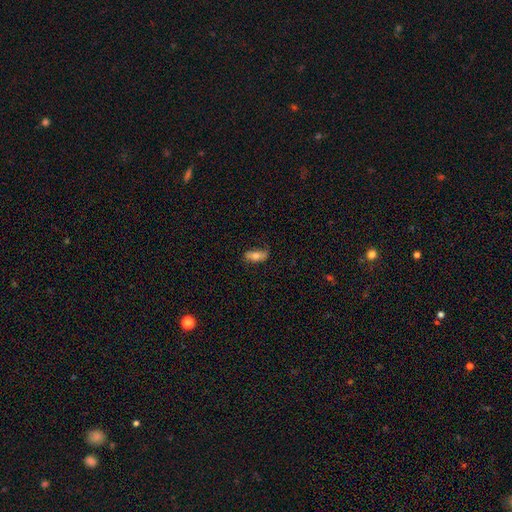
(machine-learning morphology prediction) This is likely a smooth galaxy (69%). How rounded: likely in between (78%). Merging: likely none (72%).